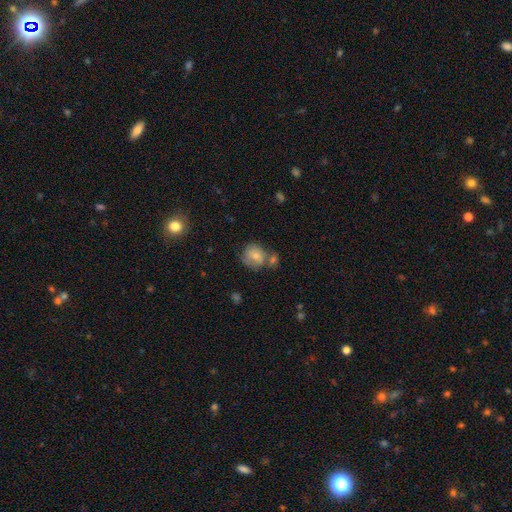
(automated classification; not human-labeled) This appears to be a smooth galaxy with no disk features (72%) that is round (74%). Merging: none (47%).